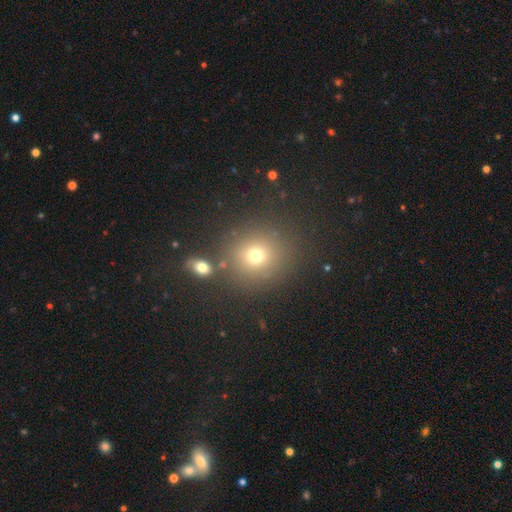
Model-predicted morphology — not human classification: A smooth galaxy with no disk features (71%) that is round (85%).

Vote fractions:
- Smooth or featured? smooth: 71% / star or artifact: 19% / featured or disk: 10%
- How rounded? round: 85% / in between: 14% / cigar-shaped: 1%
- Merging? none: 78% / minor disturbance: 9% / merger: 8% / major disturbance: 5%